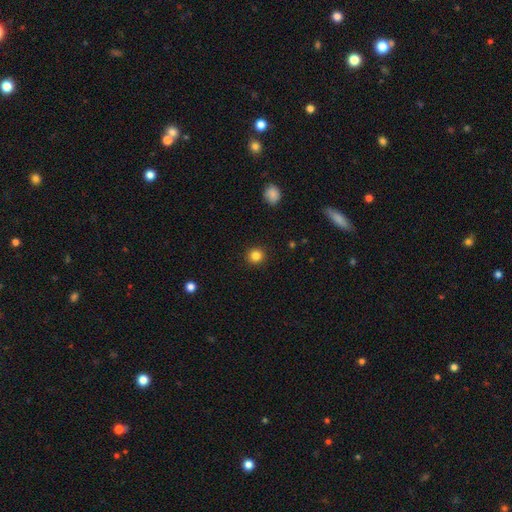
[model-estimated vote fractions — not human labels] Smooth or featured?
  - smooth: 84% *
  - star or artifact: 12%
  - featured or disk: 4%
How rounded?
  - round: 93% *
  - in between: 6%
  - cigar-shaped: 1%
Merging?
  - none: 92% *
  - minor disturbance: 5%
  - major disturbance: 2%
  - merger: 1%